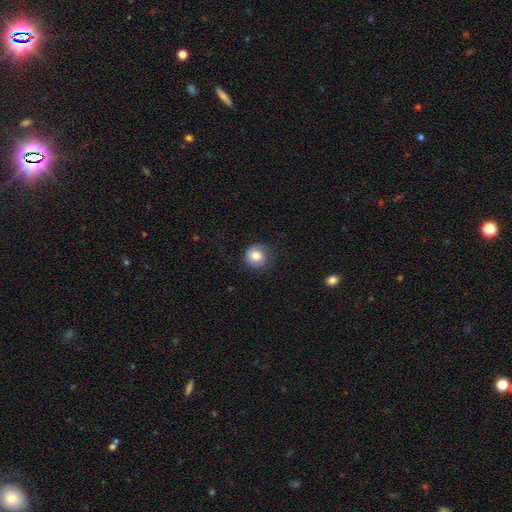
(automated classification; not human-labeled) Smooth or featured: smooth — 72% (featured or disk — 20%)
How rounded: round — 85% (in between — 14%)
Merging: none — 65% (minor disturbance — 23%)